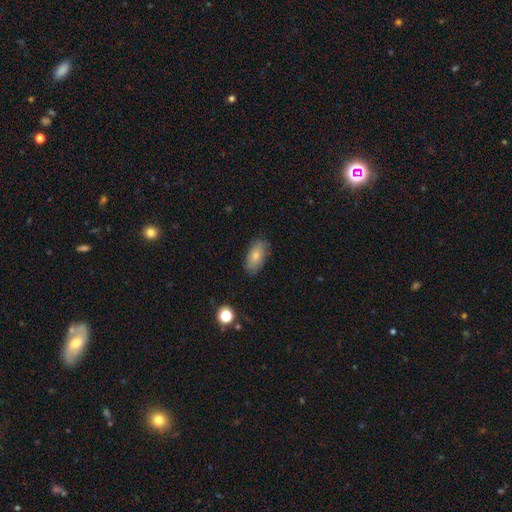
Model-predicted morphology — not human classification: The model was most divided on "smooth or featured": smooth: 75%, featured or disk: 18%, star or artifact: 7%. More confident: how rounded — in between (90%); merging — none (80%).